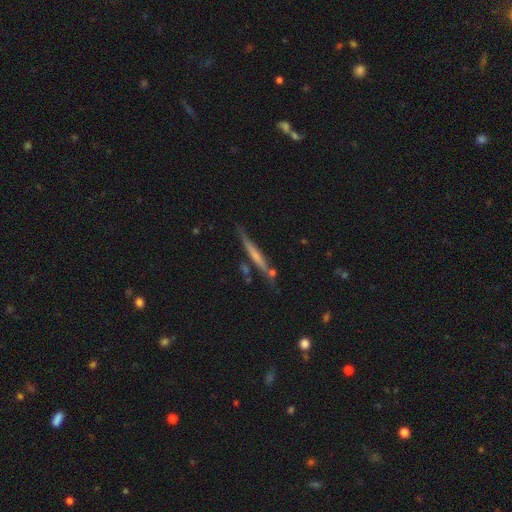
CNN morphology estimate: Smooth or featured: featured or disk — 53% (smooth — 41%)
Edge-on disk: yes — 95% (no — 5%)
Edge-on bulge: none — 66% (rounded — 24%)
Merging: none — 75% (minor disturbance — 15%)